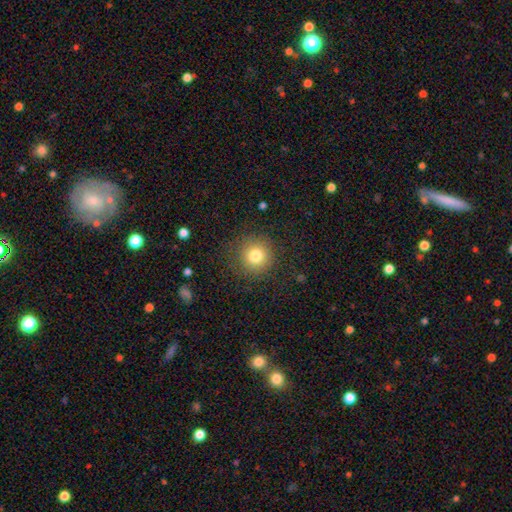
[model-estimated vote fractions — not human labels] A smooth galaxy with no disk features (79%) that is round (94%). Merging: none (87%).